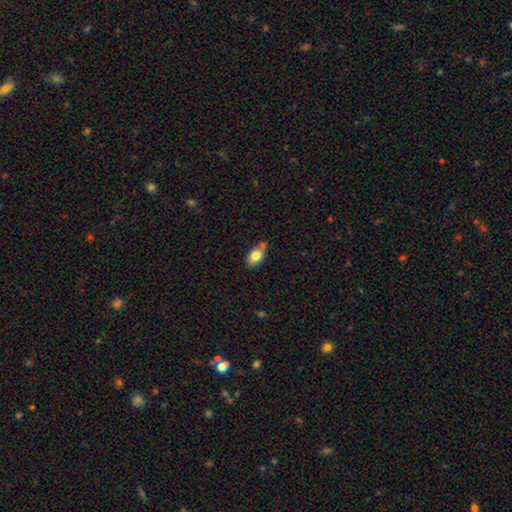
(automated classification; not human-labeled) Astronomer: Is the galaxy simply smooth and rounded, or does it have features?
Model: smooth — 81%.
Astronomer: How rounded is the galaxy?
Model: in between — 80%.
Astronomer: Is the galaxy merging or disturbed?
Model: none — 60%.